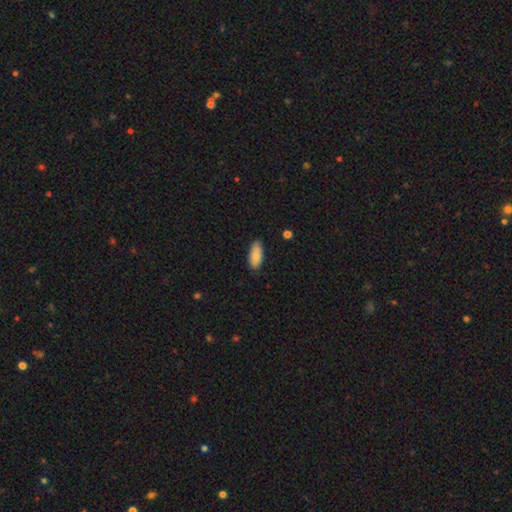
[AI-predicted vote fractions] Smooth or featured?
  - smooth: 87% *
  - featured or disk: 7%
  - star or artifact: 6%
How rounded?
  - in between: 84% *
  - cigar-shaped: 14%
  - round: 2%
Merging?
  - none: 84% *
  - minor disturbance: 13%
  - major disturbance: 2%
  - merger: 1%